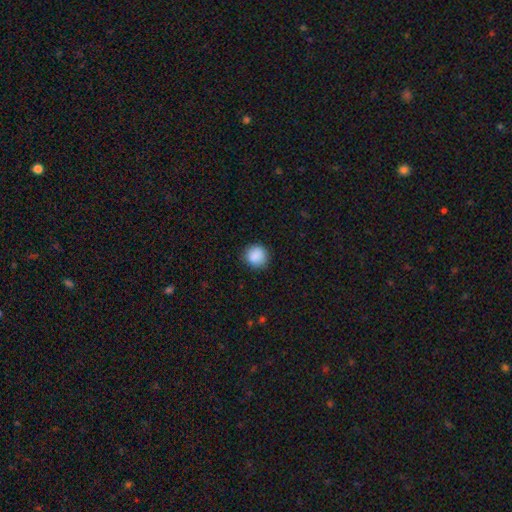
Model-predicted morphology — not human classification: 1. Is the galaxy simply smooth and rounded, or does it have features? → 89% smooth, 8% star or artifact, 3% featured or disk.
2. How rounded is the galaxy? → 91% round, 8% in between, 1% cigar-shaped.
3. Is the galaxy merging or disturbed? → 88% none, 9% minor disturbance, 2% major disturbance, 1% merger.